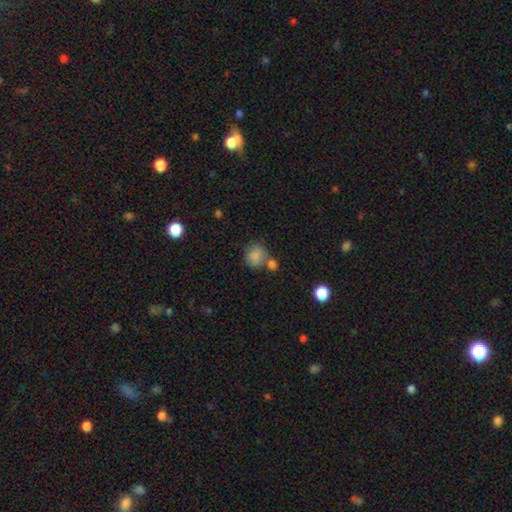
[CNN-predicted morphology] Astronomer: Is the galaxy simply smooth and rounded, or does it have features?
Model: smooth — 84%.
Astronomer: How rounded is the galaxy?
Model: round — 78%.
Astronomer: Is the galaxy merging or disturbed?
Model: none — 52% (runner-up: merger, 30%).